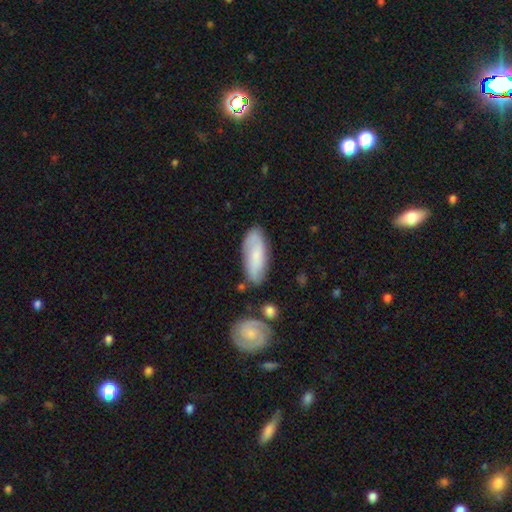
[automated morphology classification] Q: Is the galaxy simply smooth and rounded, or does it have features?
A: smooth — 63%.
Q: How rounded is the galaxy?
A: in between — 64%.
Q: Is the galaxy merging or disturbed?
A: none — 73%.